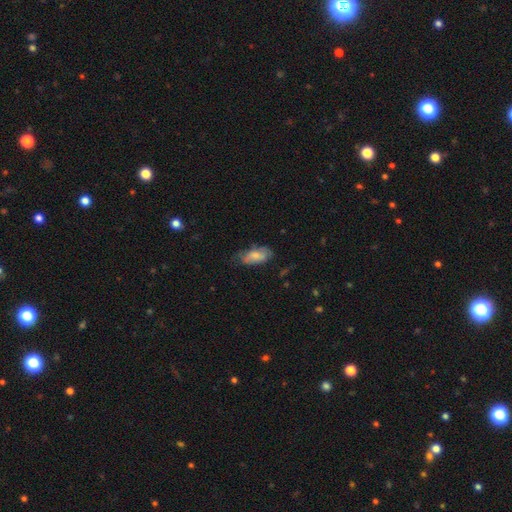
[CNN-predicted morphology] smooth_or_featured: smooth (p=0.70) [alt: featured or disk p=0.23]
how_rounded: in between (p=0.88) [alt: cigar-shaped p=0.10]
merging: none (p=0.51) [alt: minor disturbance p=0.33]